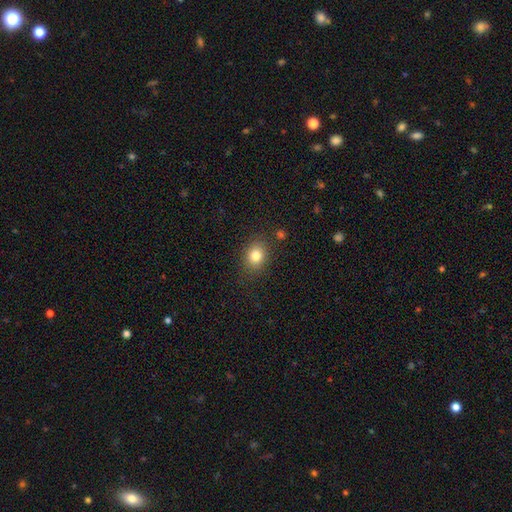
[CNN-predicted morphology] Smooth or featured: smooth — 81% (star or artifact — 11%)
How rounded: round — 53% (in between — 46%)
Merging: none — 84% (minor disturbance — 10%)